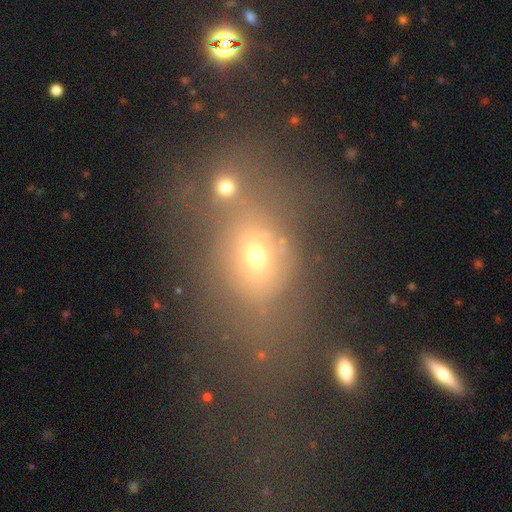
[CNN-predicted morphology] smooth-or-featured: smooth: 55% | star or artifact: 23% | featured or disk: 22%
  how-rounded: in between: 57% | round: 40% | cigar-shaped: 3%
  merging: none: 36% | major disturbance: 26% | merger: 21% | minor disturbance: 17%